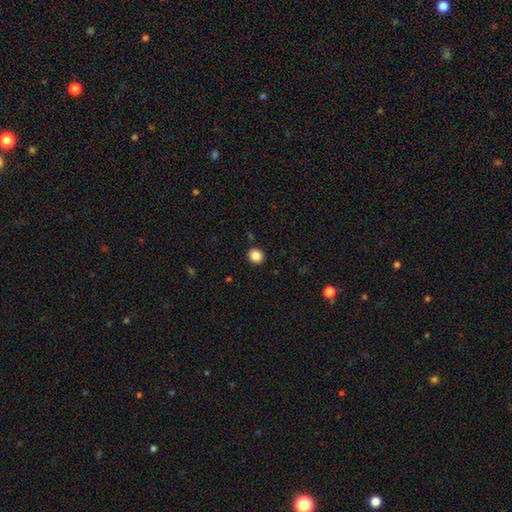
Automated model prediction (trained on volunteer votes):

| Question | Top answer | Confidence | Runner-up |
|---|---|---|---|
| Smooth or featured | smooth | 86% | star or artifact (10%) |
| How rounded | round | 83% | in between (16%) |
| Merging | none | 90% | minor disturbance (6%) |